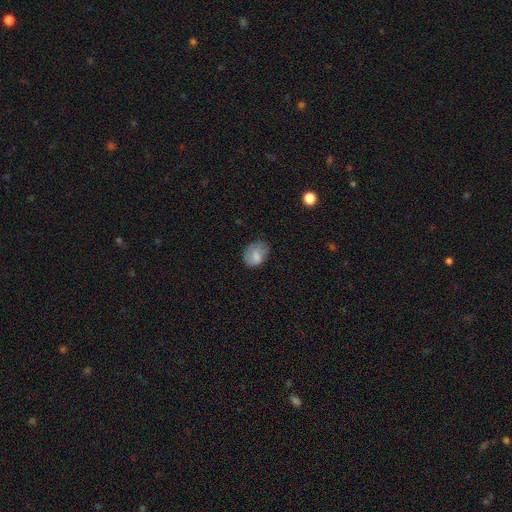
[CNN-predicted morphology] The model was most divided on "how rounded": in between: 55%, round: 44%, cigar-shaped: 1%. More confident: smooth or featured — smooth (75%); merging — none (57%).